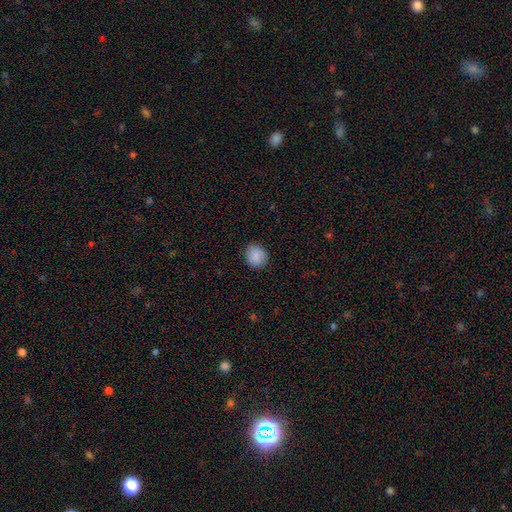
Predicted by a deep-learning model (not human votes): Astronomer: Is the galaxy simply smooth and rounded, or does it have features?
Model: smooth — 89%.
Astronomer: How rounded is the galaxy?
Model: round — 76%.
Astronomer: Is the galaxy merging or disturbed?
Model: none — 90%.